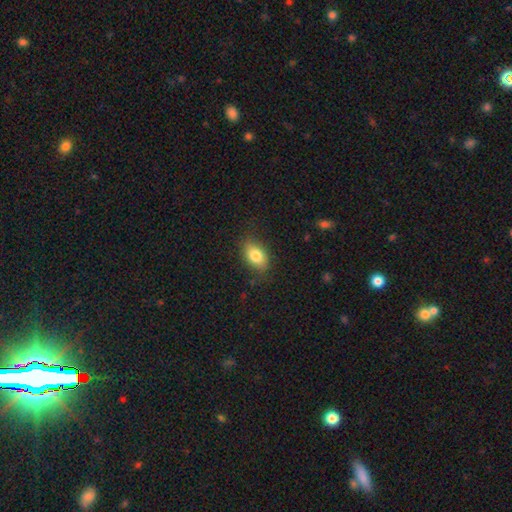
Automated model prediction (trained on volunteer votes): Smooth or featured? Predicted: smooth (p=0.81). How rounded? Predicted: in between (p=0.84). Merging? Predicted: none (p=0.82).